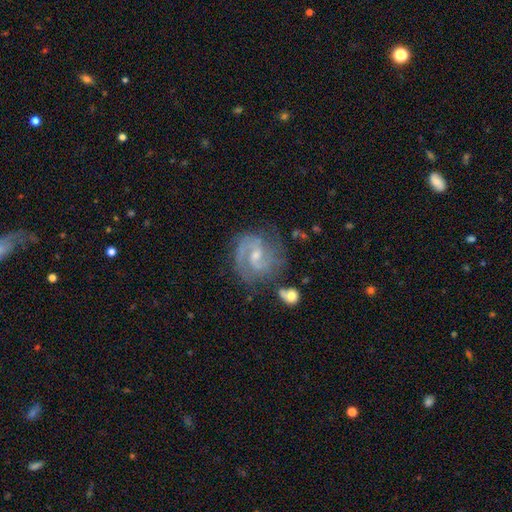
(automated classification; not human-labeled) A featured or disk galaxy (85%) with a weak bar (59%), 2 (77%) medium (50%) spiral arms (96%) and a small central bulge (52%).

Vote fractions:
- Smooth or featured? featured or disk: 85% / smooth: 8% / star or artifact: 6%
- Edge-on disk? no: 98% / yes: 2%
- Bar? weak: 59% / no: 27% / strong: 14%
- Spiral arms? yes: 96% / no: 4%
- Spiral winding? medium: 50% / tight: 37% / loose: 13%
- Spiral arm count? 2: 77% / can't tell: 9% / 3: 7% / 1: 3% / 4: 2% / more than 4: 2%
- Bulge size? small: 52% / moderate: 40% / none: 5% / large: 2% / dominant: 1%
- Merging? none: 71% / minor disturbance: 18% / major disturbance: 8% / merger: 3%